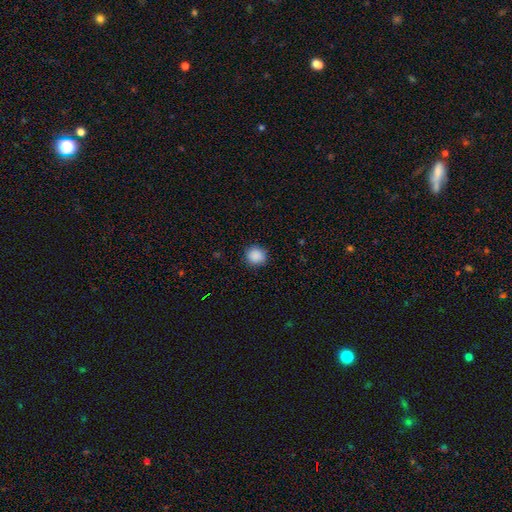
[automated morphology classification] Smooth or featured: smooth — 89% (star or artifact — 9%)
How rounded: round — 90% (in between — 9%)
Merging: none — 90% (minor disturbance — 7%)